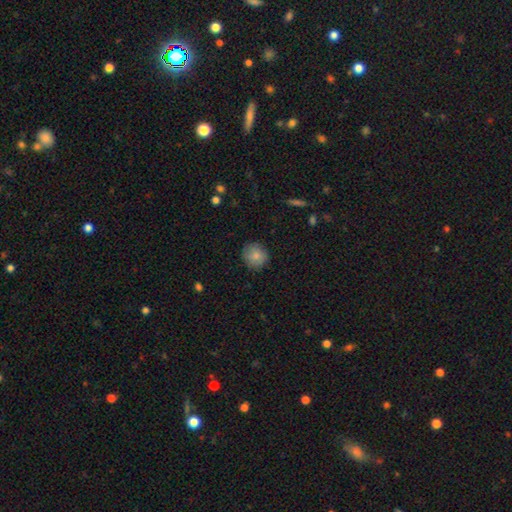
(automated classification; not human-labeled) A smooth galaxy with no disk features (84%) that is round (88%). Merging: none (84%).